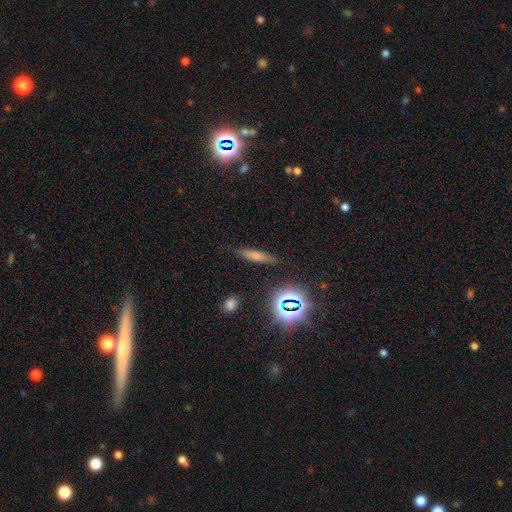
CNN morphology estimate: This is likely a smooth galaxy (64%). How rounded: likely cigar-shaped (79%). Merging: clearly none (82%).